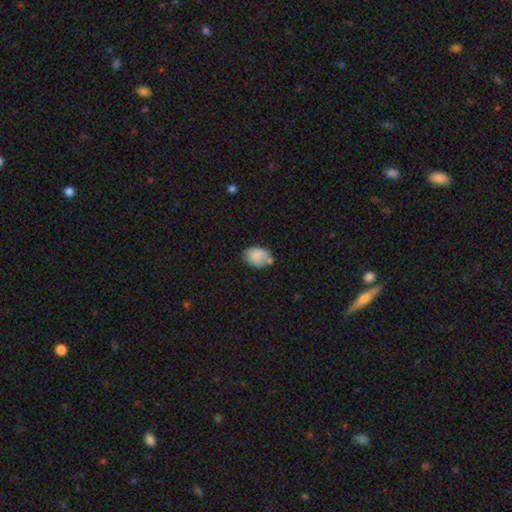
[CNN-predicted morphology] smooth-or-featured: smooth: 84% | star or artifact: 8% | featured or disk: 8%
  how-rounded: in between: 67% | round: 32% | cigar-shaped: 1%
  merging: none: 59% | minor disturbance: 22% | merger: 13% | major disturbance: 5%